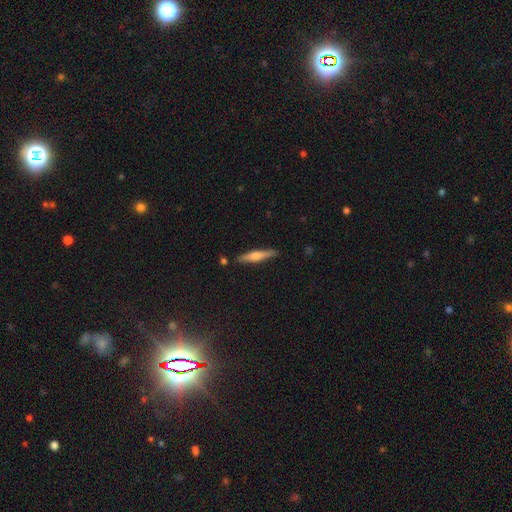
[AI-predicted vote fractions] Smooth or featured? Predicted: featured or disk (p=0.55). Edge-on disk? Predicted: yes (p=0.96). Edge-on bulge? Predicted: rounded (p=0.79). Merging? Predicted: none (p=0.87).